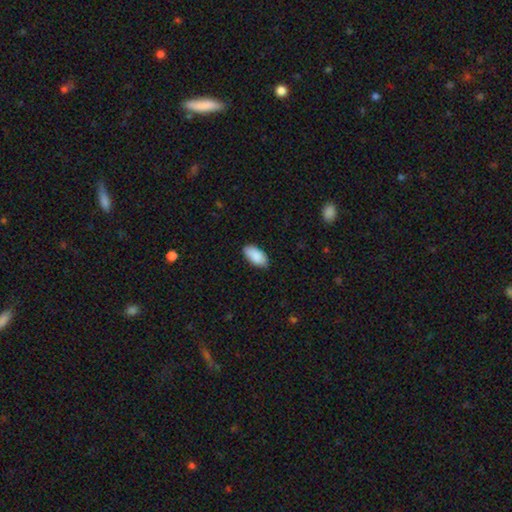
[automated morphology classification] smooth_or_featured: smooth (p=0.90) [alt: star or artifact p=0.06]
how_rounded: in between (p=0.95) [alt: cigar-shaped p=0.03]
merging: none (p=0.86) [alt: minor disturbance p=0.11]